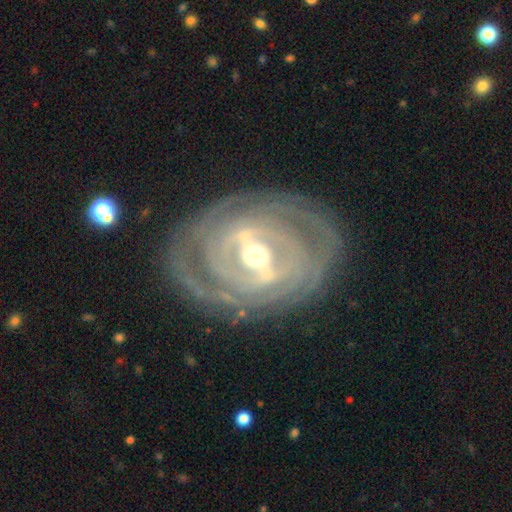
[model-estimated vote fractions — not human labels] Smooth or featured? featured or disk (90%)
Edge-on disk? no (95%)
Bar? strong (59%)
Spiral arms? yes (92%)
Spiral winding? tight (80%)
Spiral arm count? can't tell (32%)
Bulge size? moderate (67%)
Merging? none (81%)